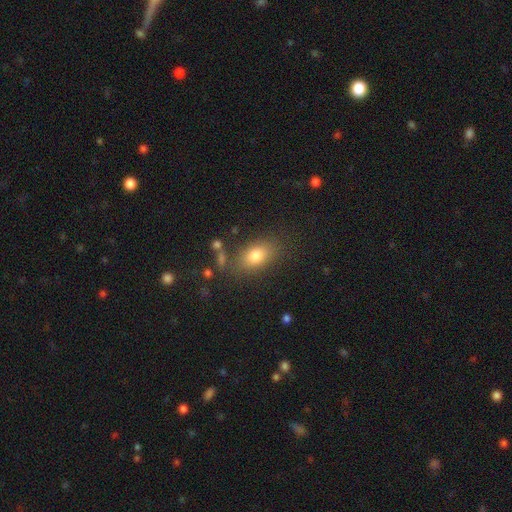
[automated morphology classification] Smooth or featured: smooth — 80% (featured or disk — 10%)
How rounded: in between — 83% (round — 14%)
Merging: none — 78% (minor disturbance — 13%)